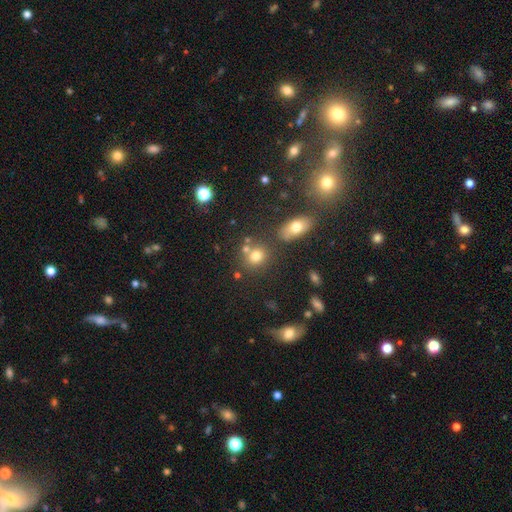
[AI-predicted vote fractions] Smooth or featured? Predicted: smooth (p=0.74). How rounded? Predicted: round (p=0.72). Merging? Predicted: none (p=0.64).